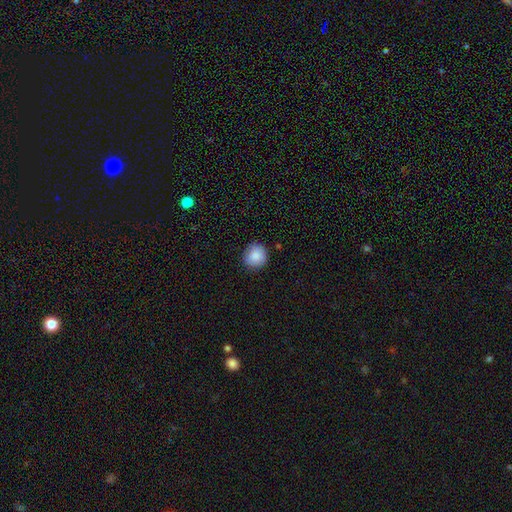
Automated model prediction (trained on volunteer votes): smooth 88%, star or artifact 8%, featured or disk 4%. Down the decision tree: how rounded — round (89%); merging — none (86%).